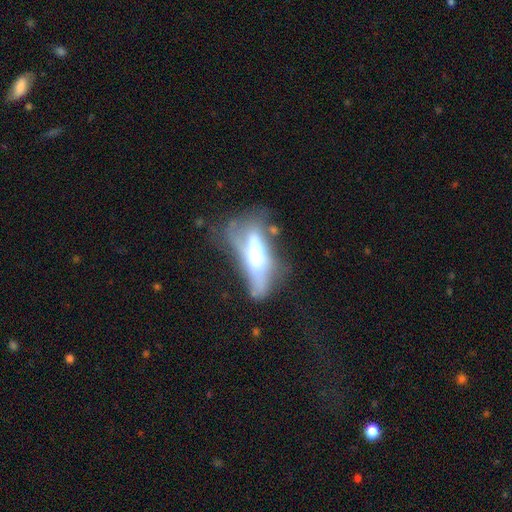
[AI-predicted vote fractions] Smooth or featured? featured or disk (55%)
Edge-on disk? no (54%)
Merging? none (36%)